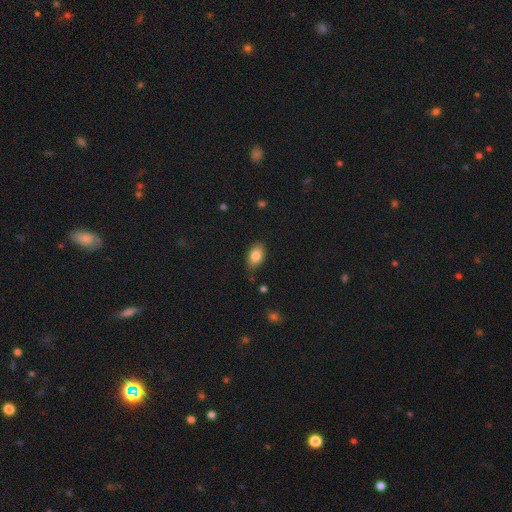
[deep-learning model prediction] Morphology: type=smooth (83%); roundness=in between (88%); merging=none (82%).